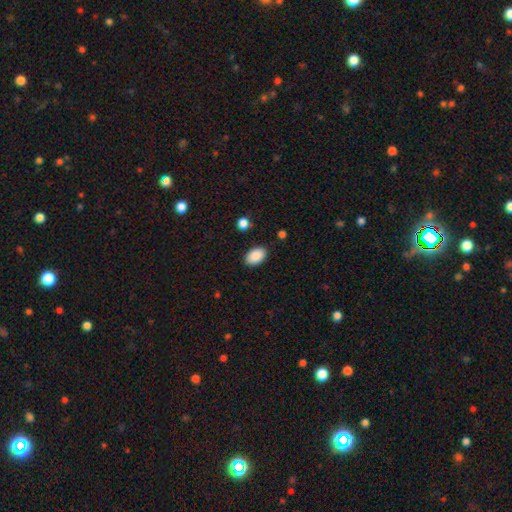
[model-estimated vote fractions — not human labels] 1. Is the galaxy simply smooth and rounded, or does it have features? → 89% smooth, 7% star or artifact, 4% featured or disk.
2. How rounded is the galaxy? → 91% in between, 8% round, 1% cigar-shaped.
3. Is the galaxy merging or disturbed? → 87% none, 9% minor disturbance, 2% major disturbance, 2% merger.